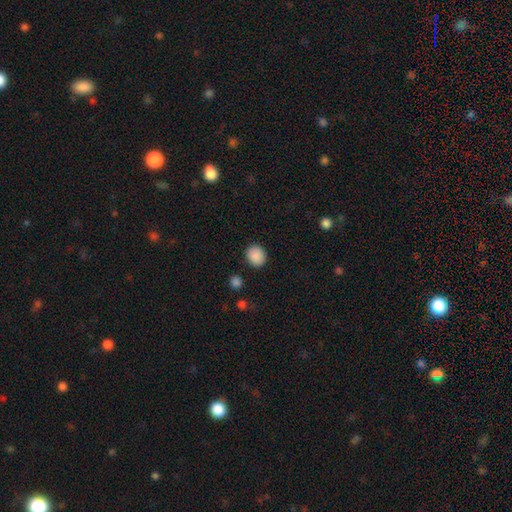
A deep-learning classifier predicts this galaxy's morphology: A smooth galaxy with no disk features (89%) that is round (70%). Merging: none (88%).